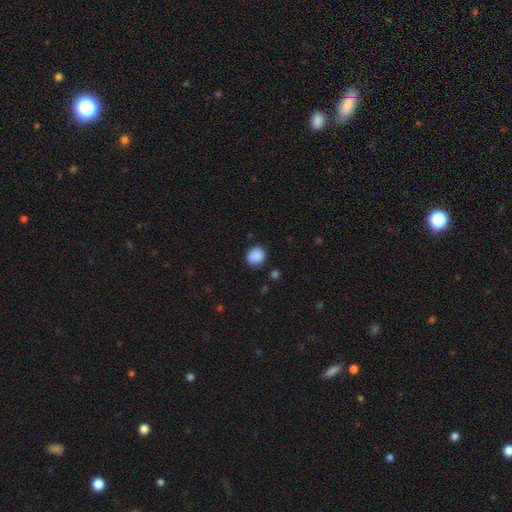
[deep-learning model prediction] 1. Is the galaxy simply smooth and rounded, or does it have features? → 87% smooth, 8% star or artifact, 4% featured or disk.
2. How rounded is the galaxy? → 83% round, 16% in between, 1% cigar-shaped.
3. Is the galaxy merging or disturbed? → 81% none, 13% minor disturbance, 3% major disturbance, 2% merger.